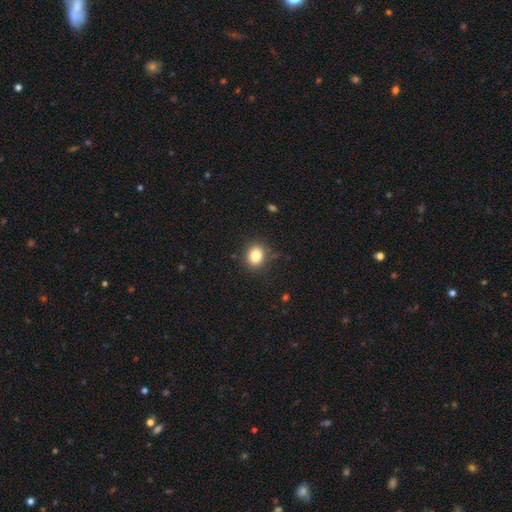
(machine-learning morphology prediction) Smooth or featured? Predicted: smooth (p=0.83). How rounded? Predicted: round (p=0.68). Merging? Predicted: none (p=0.85).